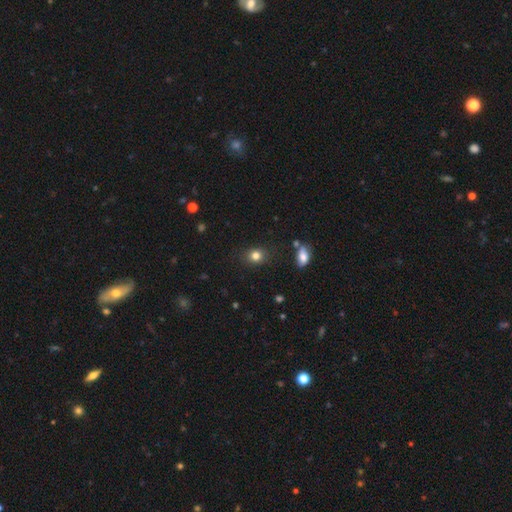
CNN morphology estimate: Smooth or featured? Predicted: smooth (p=0.82). How rounded? Predicted: round (p=0.65). Merging? Predicted: none (p=0.85).